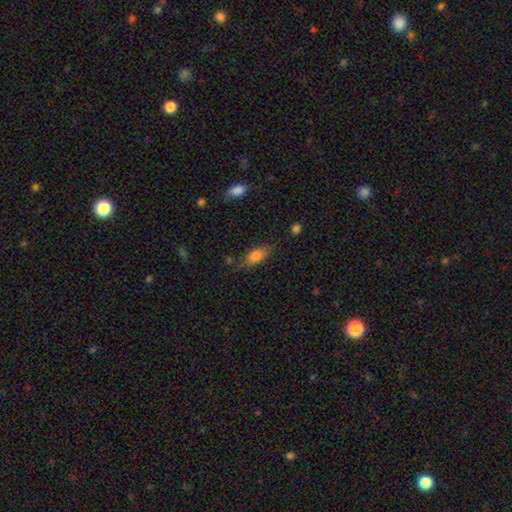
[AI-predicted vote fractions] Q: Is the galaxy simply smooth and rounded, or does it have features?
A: smooth — 72%.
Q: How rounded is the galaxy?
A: in between — 75%.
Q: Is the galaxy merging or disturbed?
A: none — 65%.